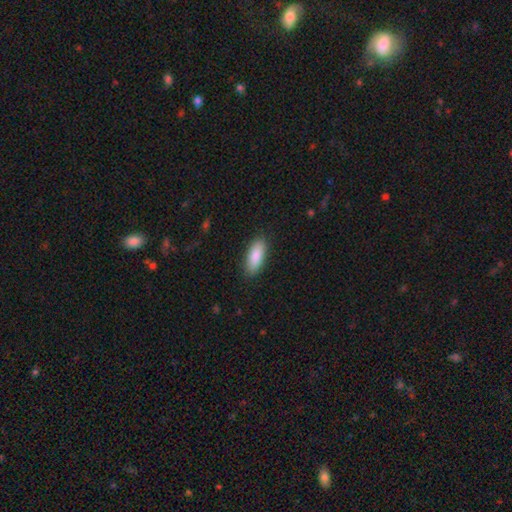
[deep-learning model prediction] A smooth galaxy with no disk features (87%) that is in between round and cigar-shaped (75%). Merging: none (87%).